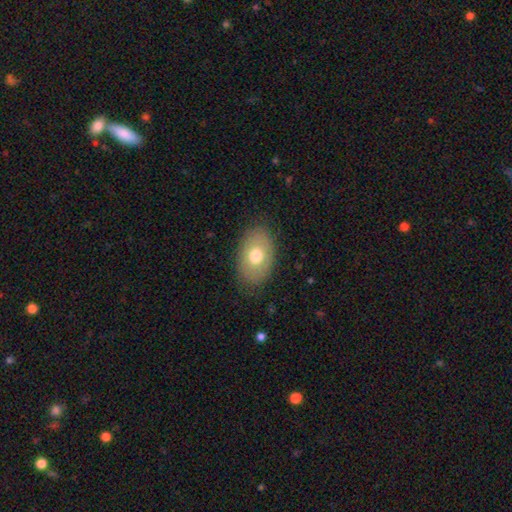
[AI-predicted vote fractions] Morphology: type=smooth (69%); roundness=in between (88%); merging=none (82%).